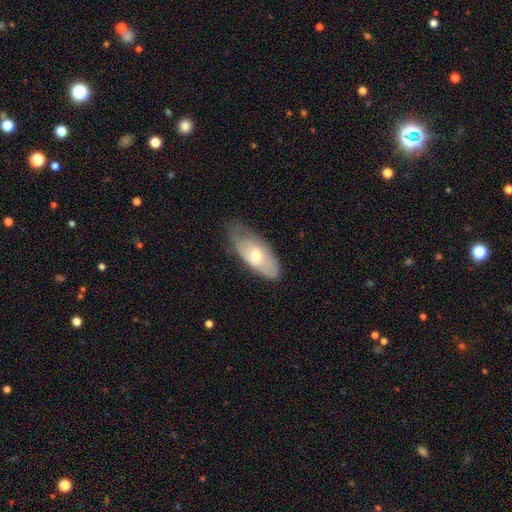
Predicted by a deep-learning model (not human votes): smooth_or_featured: smooth (p=0.52) [alt: featured or disk p=0.42]
how_rounded: in between (p=0.85) [alt: cigar-shaped p=0.12]
merging: none (p=0.53) [alt: minor disturbance p=0.35]